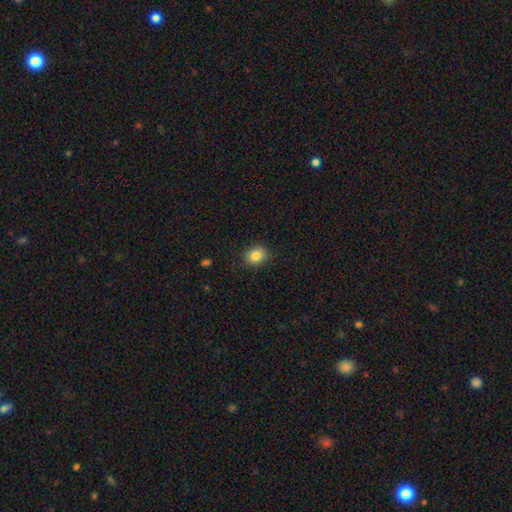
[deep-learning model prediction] A smooth galaxy with no disk features (83%) that is round (62%).

Vote fractions:
- Smooth or featured? smooth: 83% / star or artifact: 10% / featured or disk: 7%
- How rounded? round: 62% / in between: 37% / cigar-shaped: 1%
- Merging? none: 86% / minor disturbance: 10% / major disturbance: 3% / merger: 1%